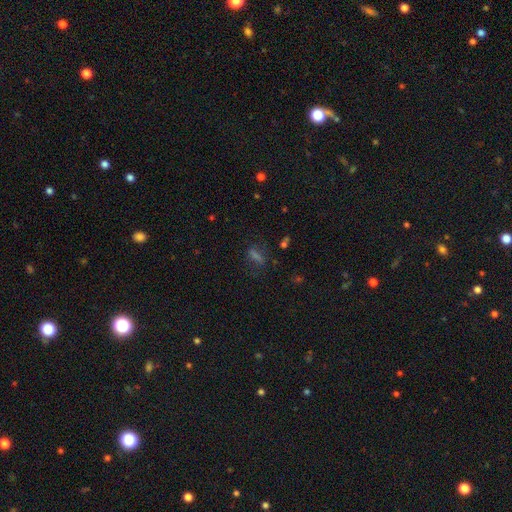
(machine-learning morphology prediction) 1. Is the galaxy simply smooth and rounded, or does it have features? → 50% smooth, 33% star or artifact, 17% featured or disk.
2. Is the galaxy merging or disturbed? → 69% none, 16% minor disturbance, 12% major disturbance, 3% merger.